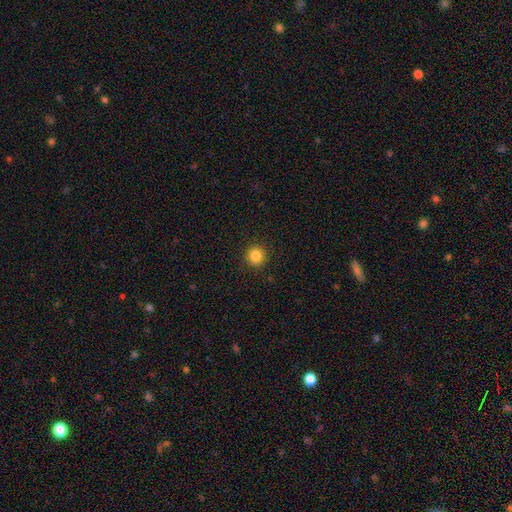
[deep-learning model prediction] Morphology: type=smooth (84%); roundness=round (94%); merging=none (92%).